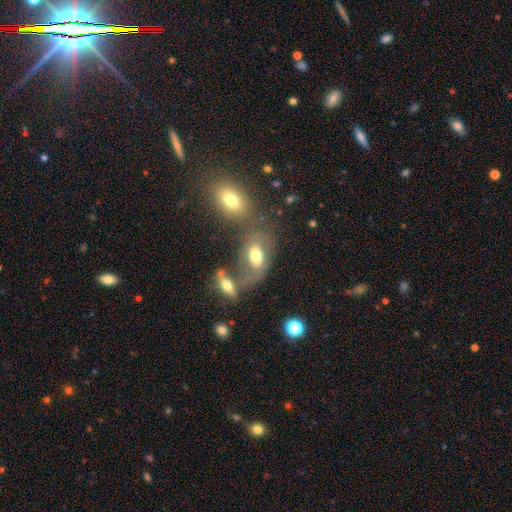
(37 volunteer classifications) Morphology: type=smooth (54%); roundness=in between (80%); merging=merger (51%).